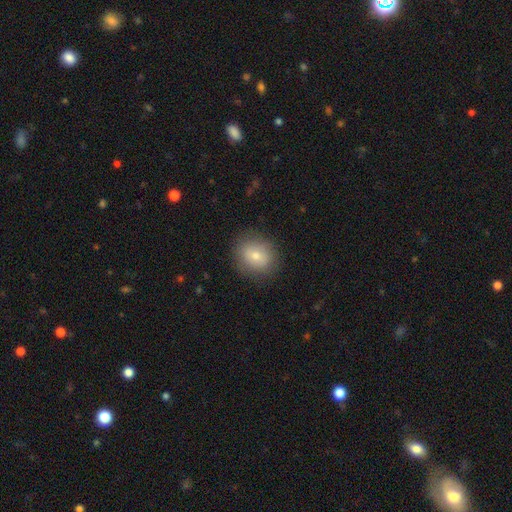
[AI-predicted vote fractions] This appears to be a smooth galaxy with no disk features (77%) that is round (74%). Merging: none (85%).